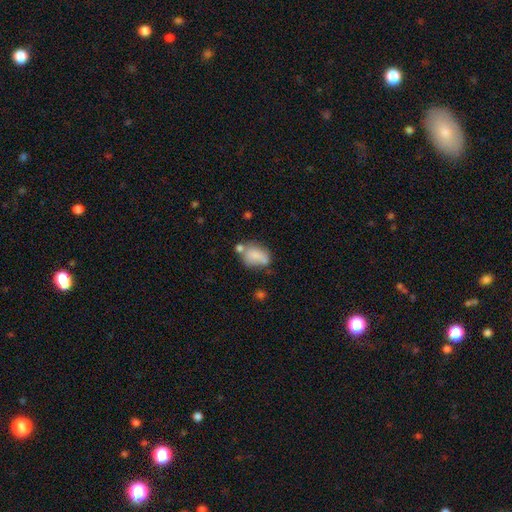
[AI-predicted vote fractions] Smooth or featured: smooth — 75% (featured or disk — 16%)
How rounded: in between — 75% (round — 23%)
Merging: none — 38% (merger — 28%)